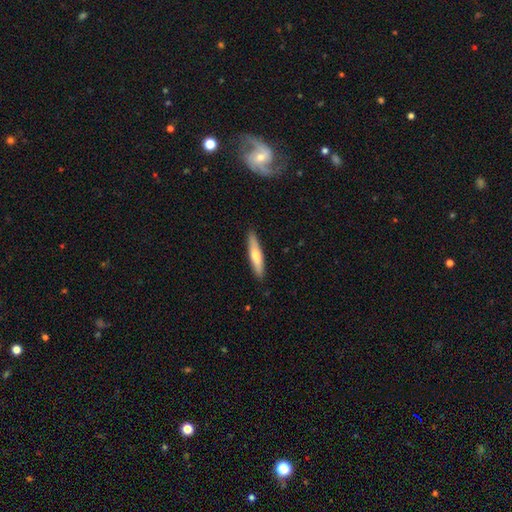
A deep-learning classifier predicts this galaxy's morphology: The model was most divided on "smooth or featured": smooth: 62%, featured or disk: 33%, star or artifact: 5%. More confident: merging — none (89%); how rounded — cigar-shaped (83%).